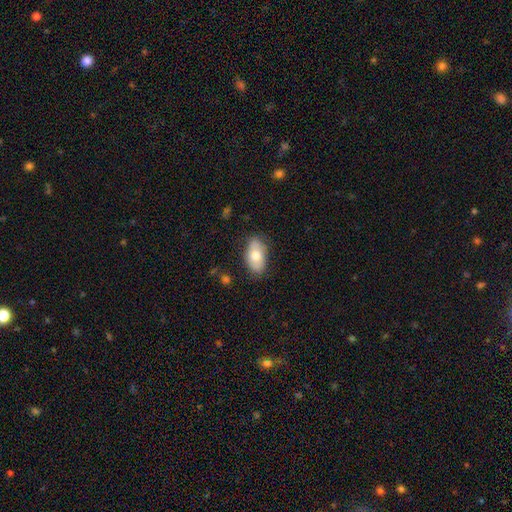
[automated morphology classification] Overall: smooth (71%). How rounded: in between (93%). Merging: none (78%).